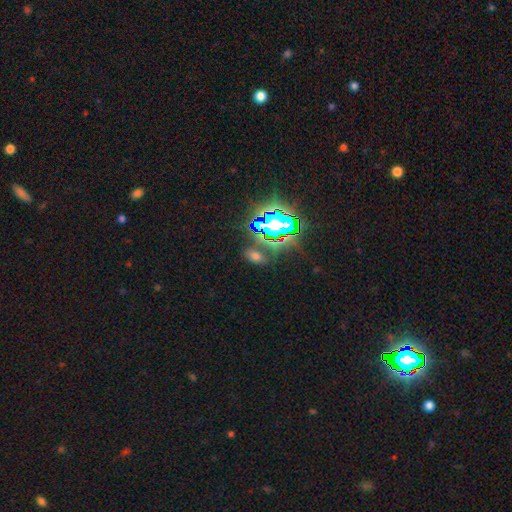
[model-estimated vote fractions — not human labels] Smooth or featured? Predicted: star or artifact (p=0.46).